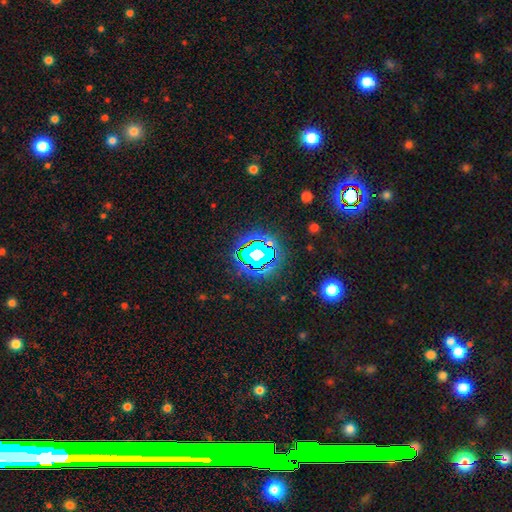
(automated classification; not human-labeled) This is likely a star or artifact rather than a galaxy (78%).